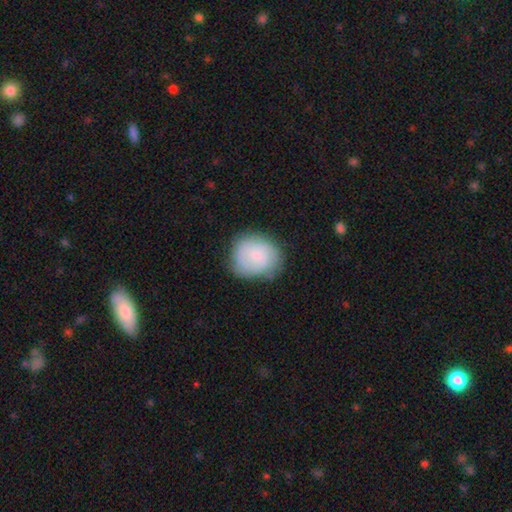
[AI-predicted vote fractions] Q: Smooth or featured?
A: smooth (59%); runner-up: featured or disk (34%)
Q: How rounded?
A: round (71%); runner-up: in between (28%)
Q: Merging?
A: none (70%); runner-up: minor disturbance (22%)